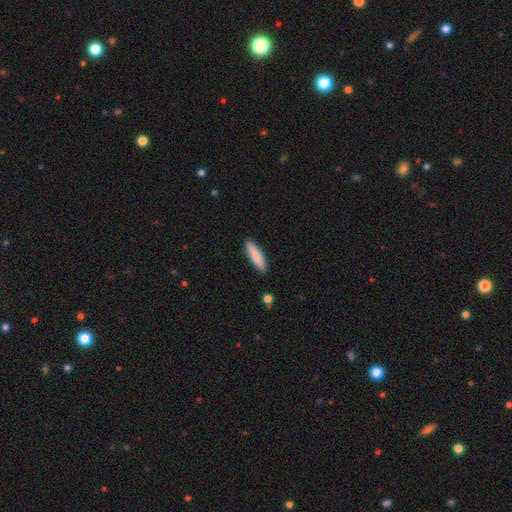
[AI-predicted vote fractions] Overall: smooth (87%). How rounded: cigar-shaped (73%). Merging: none (90%).